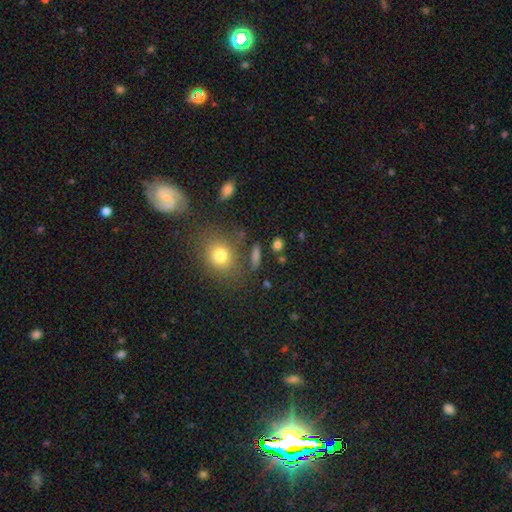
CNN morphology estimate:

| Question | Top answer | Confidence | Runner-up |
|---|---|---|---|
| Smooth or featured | smooth | 66% | star or artifact (18%) |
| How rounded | in between | 44% | round (36%) |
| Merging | none | 75% | minor disturbance (12%) |